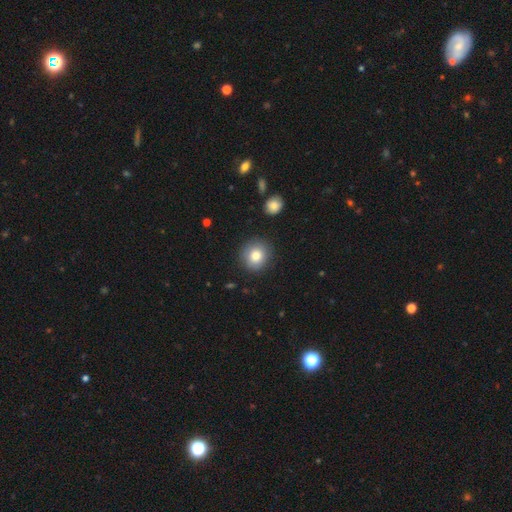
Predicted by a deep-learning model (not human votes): smooth-or-featured: smooth: 82% | featured or disk: 9% | star or artifact: 9%
  how-rounded: round: 87% | in between: 12% | cigar-shaped: 1%
  merging: none: 87% | minor disturbance: 9% | major disturbance: 3% | merger: 2%